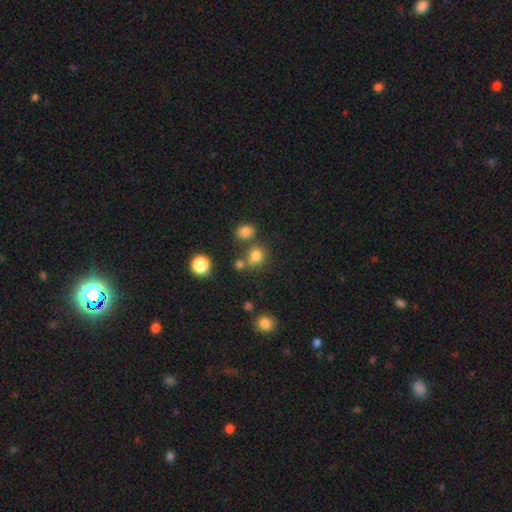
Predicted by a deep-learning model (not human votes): This is likely a smooth galaxy (76%). How rounded: likely round (73%). Merging: likely none (60%).